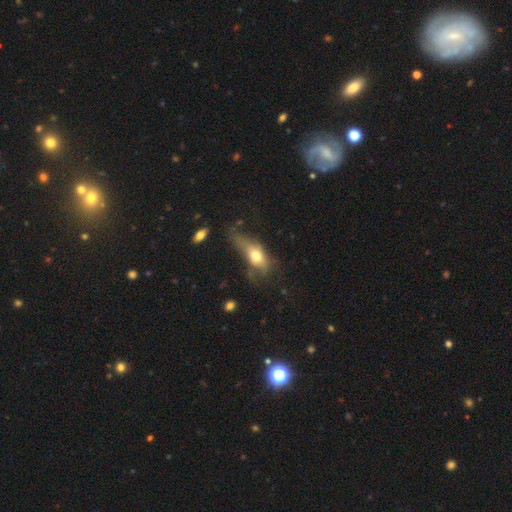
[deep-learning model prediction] Morphology: type=smooth (61%); roundness=in between (74%); merging=major disturbance (42%).